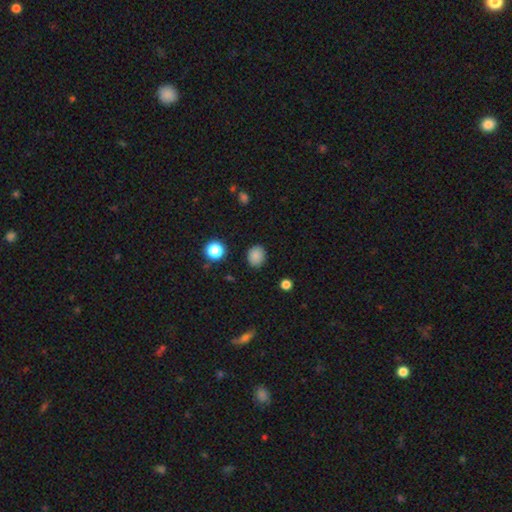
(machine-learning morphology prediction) smooth-or-featured: smooth: 85% | star or artifact: 11% | featured or disk: 4%
  how-rounded: round: 64% | in between: 35% | cigar-shaped: 1%
  merging: none: 87% | minor disturbance: 9% | major disturbance: 3% | merger: 1%